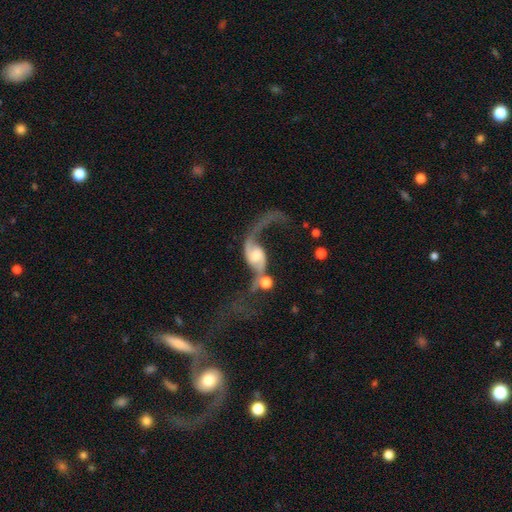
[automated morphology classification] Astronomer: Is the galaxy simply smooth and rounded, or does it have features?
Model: featured or disk — 84%.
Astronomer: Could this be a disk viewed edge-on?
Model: no — 96%.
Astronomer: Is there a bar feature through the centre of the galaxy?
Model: no — 47% (runner-up: weak, 38%).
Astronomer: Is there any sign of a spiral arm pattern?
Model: yes — 94%.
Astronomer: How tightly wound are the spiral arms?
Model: loose — 90%.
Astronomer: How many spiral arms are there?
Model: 2 — 84%.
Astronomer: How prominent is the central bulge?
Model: moderate — 45% (runner-up: small, 31%).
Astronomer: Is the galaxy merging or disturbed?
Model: merger — 35% (runner-up: none, 30%).